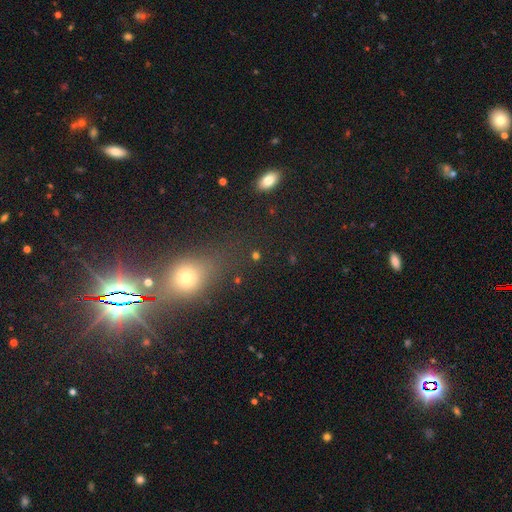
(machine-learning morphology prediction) smooth 64%, star or artifact 26%, featured or disk 10%. Down the decision tree: how rounded — round (64%); merging — none (73%).